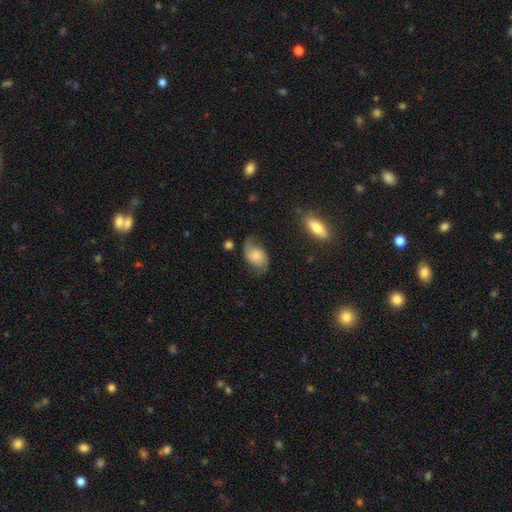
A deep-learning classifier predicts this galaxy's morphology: Overall: featured or disk (54%; smooth 39%). Edge-on disk: no (96%). Bar: no (72%). Spiral arms: yes (89%). Bulge size: small (45%; moderate 40%). Merging: none (61%; minor disturbance 26%).